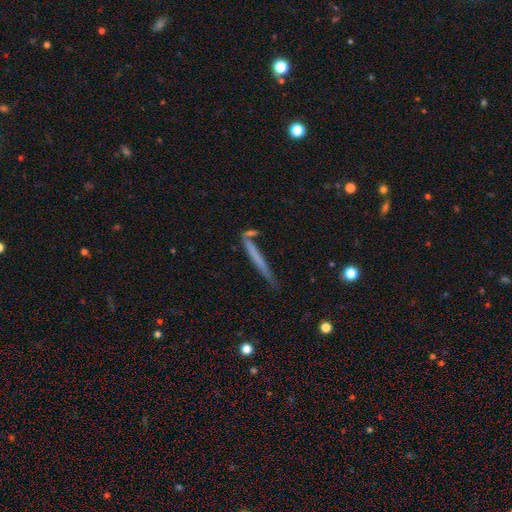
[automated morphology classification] A smooth galaxy with no disk features (54%) that is cigar-shaped (96%). Merging: none (67%).